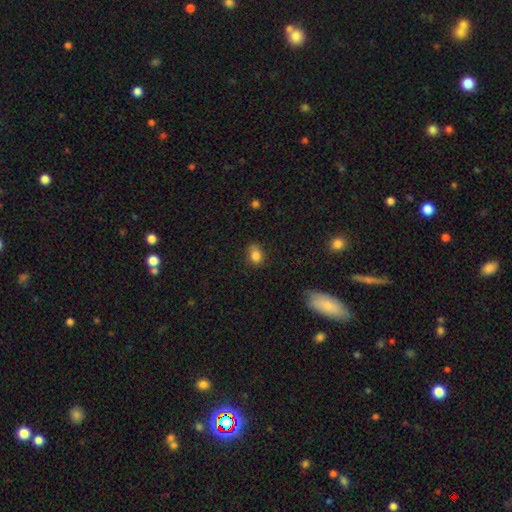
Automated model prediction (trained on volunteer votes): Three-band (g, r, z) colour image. It shows a smooth galaxy with no disk features (84%) that is in between round and cigar-shaped (60%). Merging: none (71%).